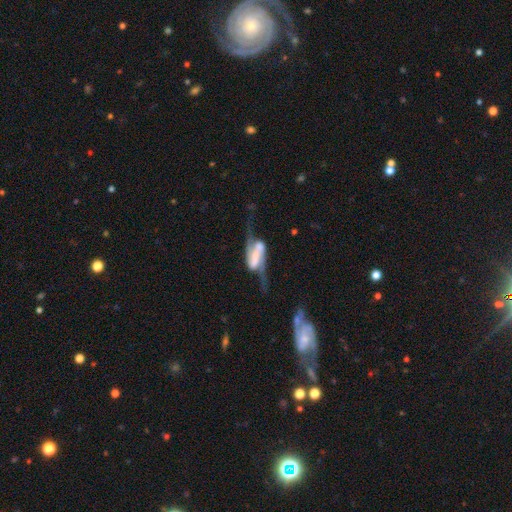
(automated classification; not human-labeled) Morphology: type=featured or disk (80%); edge-on=no (90%); bar=strong (57%); spiral arms=yes (86%); winding=loose (75%); arm count=2 (89%); bulge=none (45%); merging=none (38%).